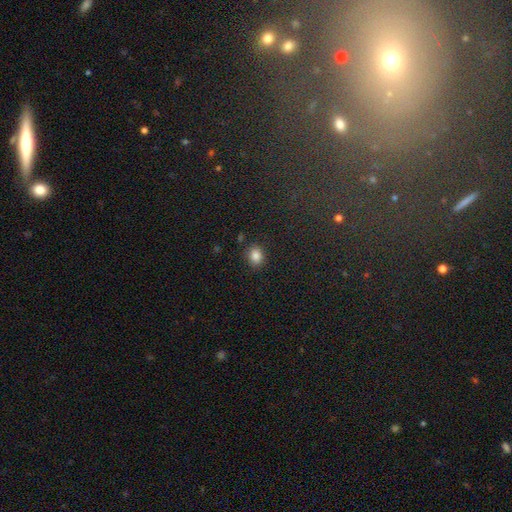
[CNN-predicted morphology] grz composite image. It shows a smooth galaxy with no disk features (85%) that is round (57%). Merging: none (86%).